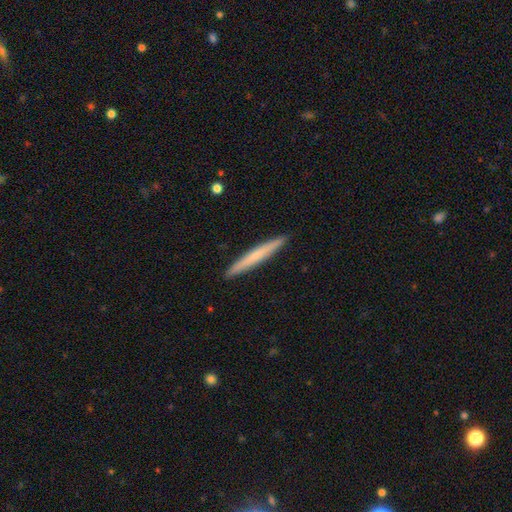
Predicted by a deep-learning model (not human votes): Smooth or featured? Predicted: smooth (p=0.60). How rounded? Predicted: cigar-shaped (p=0.97). Merging? Predicted: none (p=0.93).